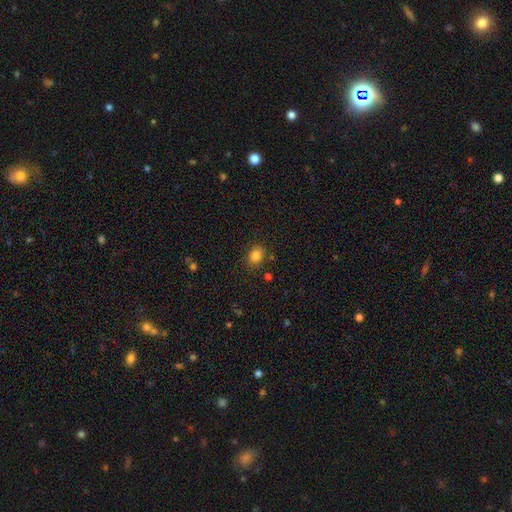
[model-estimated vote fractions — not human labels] Smooth or featured: smooth — 82% (star or artifact — 12%)
How rounded: in between — 52% (round — 47%)
Merging: none — 81% (minor disturbance — 12%)